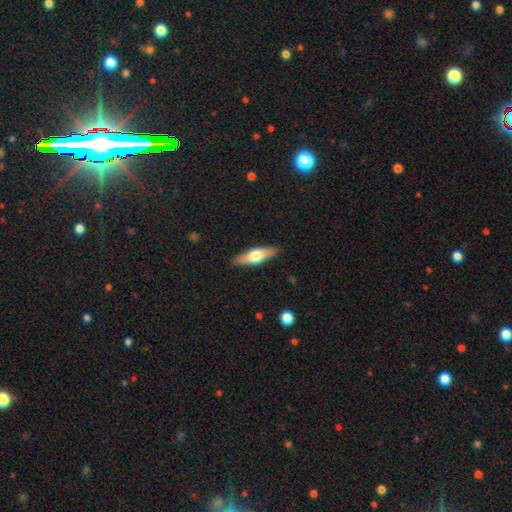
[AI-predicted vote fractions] smooth 52%, featured or disk 42%, star or artifact 6%. Down the decision tree: how rounded — in between (49%); merging — none (88%).